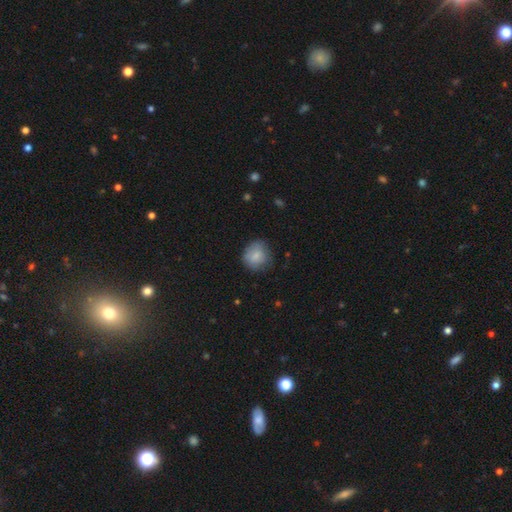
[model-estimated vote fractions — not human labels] Smooth or featured: smooth — 82% (featured or disk — 10%)
How rounded: round — 80% (in between — 19%)
Merging: none — 69% (minor disturbance — 23%)